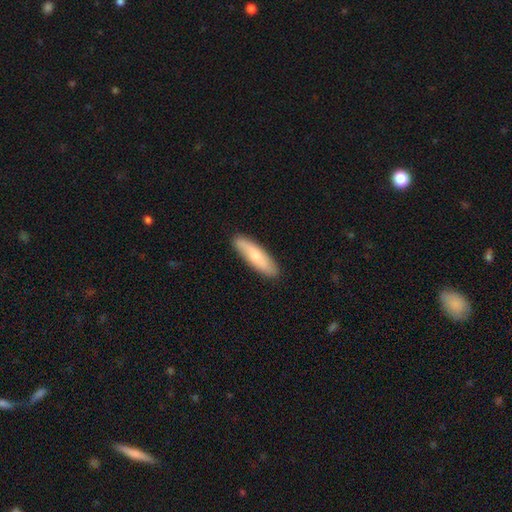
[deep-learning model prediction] smooth 72%, featured or disk 23%, star or artifact 5%. Down the decision tree: how rounded — cigar-shaped (69%); merging — none (88%).